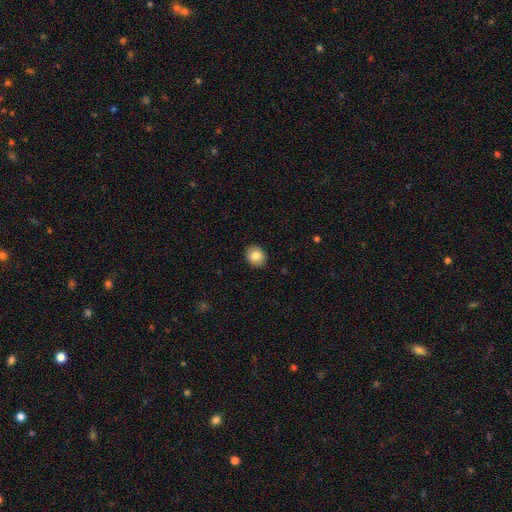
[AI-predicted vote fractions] Morphology: type=smooth (83%); roundness=round (63%); merging=none (91%).